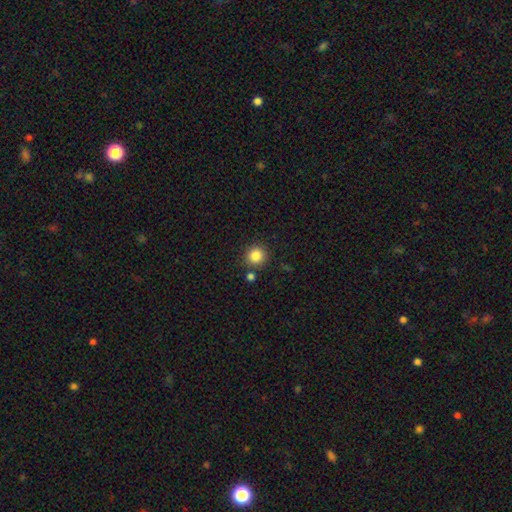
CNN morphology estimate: This is clearly a smooth galaxy (85%). How rounded: clearly round (92%). Merging: clearly none (82%).